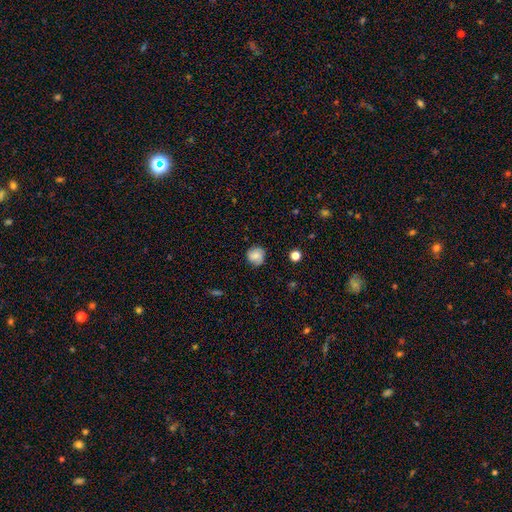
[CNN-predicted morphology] smooth-or-featured: smooth: 72% | featured or disk: 19% | star or artifact: 9%
  how-rounded: round: 90% | in between: 9% | cigar-shaped: 1%
  merging: none: 82% | minor disturbance: 14% | major disturbance: 3% | merger: 1%